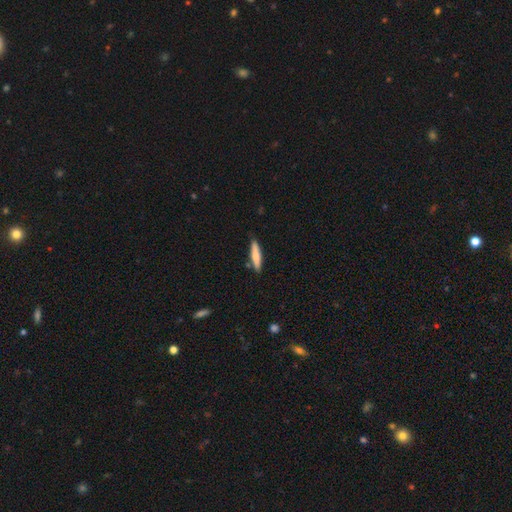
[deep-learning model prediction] Smooth or featured: smooth — 71% (featured or disk — 24%)
How rounded: cigar-shaped — 85% (in between — 13%)
Merging: none — 85% (minor disturbance — 10%)